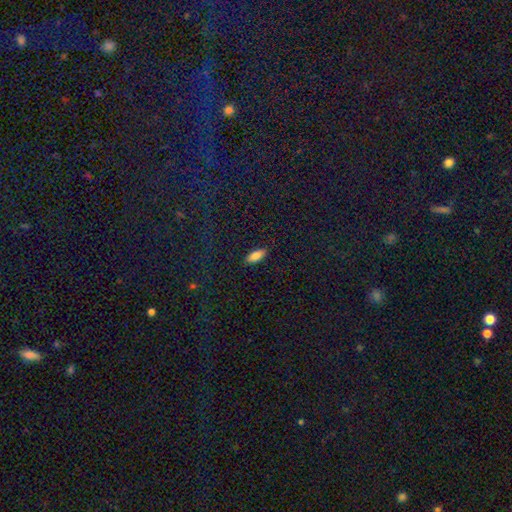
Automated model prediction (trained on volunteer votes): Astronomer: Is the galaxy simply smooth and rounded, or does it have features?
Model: smooth — 84%.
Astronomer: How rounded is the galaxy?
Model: in between — 76%.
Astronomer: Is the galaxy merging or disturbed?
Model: none — 89%.